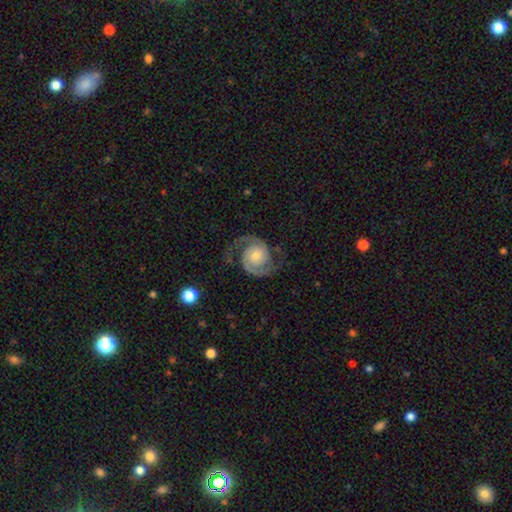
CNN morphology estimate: A featured or disk galaxy (91%) with no bar (72%), 2 (95%) medium (53%) spiral arms (98%) and a moderate central bulge (46%).

Vote fractions:
- Smooth or featured? featured or disk: 91% / star or artifact: 4% / smooth: 4%
- Edge-on disk? no: 98% / yes: 2%
- Bar? no: 72% / weak: 22% / strong: 6%
- Spiral arms? yes: 98% / no: 2%
- Spiral winding? medium: 53% / tight: 29% / loose: 18%
- Spiral arm count? 2: 95% / can't tell: 1% / 3: 1% / 1: 1% / 4: 1% / more than 4: 1%
- Bulge size? moderate: 46% / small: 41% / large: 7% / none: 4% / dominant: 2%
- Merging? none: 80% / minor disturbance: 12% / major disturbance: 7% / merger: 1%